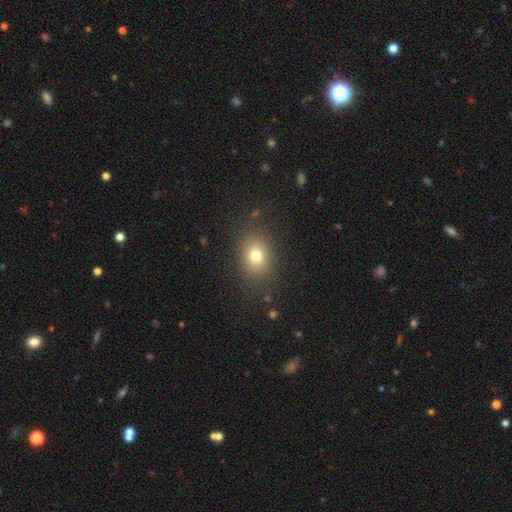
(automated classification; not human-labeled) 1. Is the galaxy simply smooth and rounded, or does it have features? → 76% smooth, 14% star or artifact, 10% featured or disk.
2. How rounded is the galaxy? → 55% in between, 44% round, 1% cigar-shaped.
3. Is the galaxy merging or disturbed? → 84% none, 10% minor disturbance, 4% major disturbance, 1% merger.